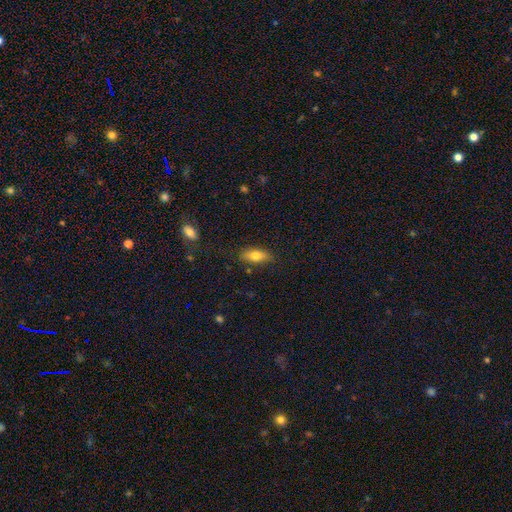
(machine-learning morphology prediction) smooth_or_featured: smooth (p=0.77) [alt: featured or disk p=0.16]
how_rounded: in between (p=0.83) [alt: cigar-shaped p=0.13]
merging: none (p=0.82) [alt: minor disturbance p=0.13]